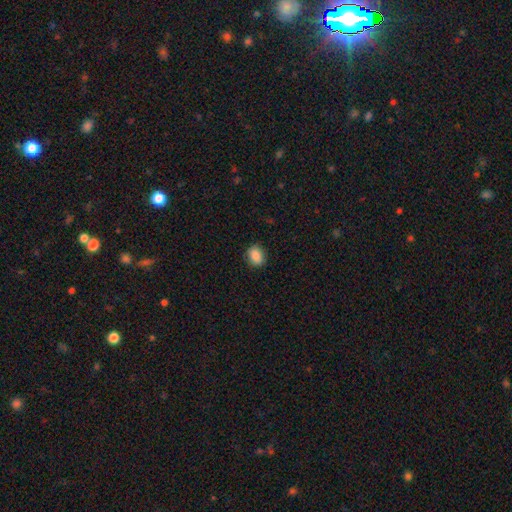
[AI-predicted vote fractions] The model was most divided on "how rounded": in between: 59%, round: 40%, cigar-shaped: 1%. More confident: smooth or featured — smooth (88%); merging — none (87%).